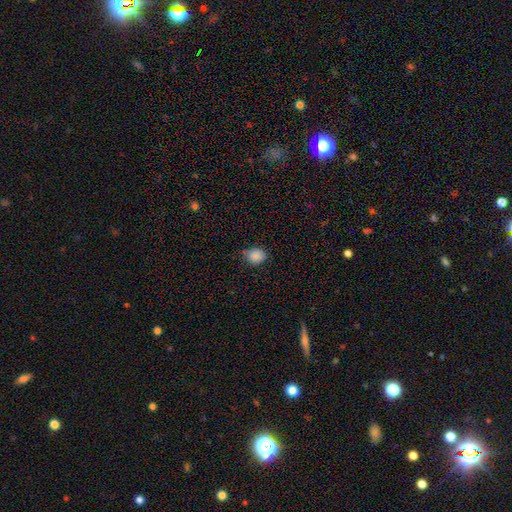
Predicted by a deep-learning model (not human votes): Q: Smooth or featured?
A: smooth (87%); runner-up: star or artifact (10%)
Q: How rounded?
A: round (60%); runner-up: in between (39%)
Q: Merging?
A: none (74%); runner-up: minor disturbance (21%)